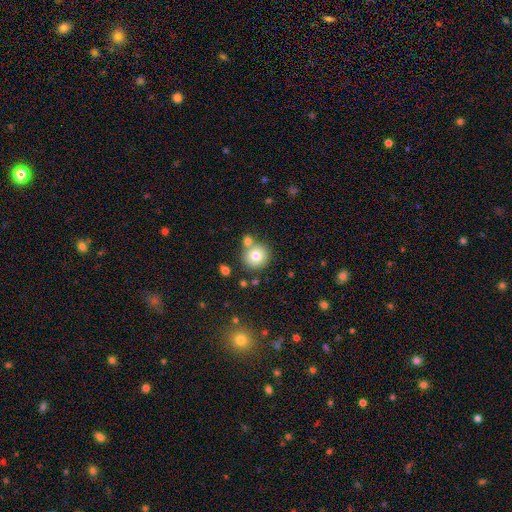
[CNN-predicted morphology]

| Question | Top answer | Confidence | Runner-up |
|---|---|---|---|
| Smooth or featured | smooth | 77% | featured or disk (12%) |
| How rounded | round | 91% | in between (8%) |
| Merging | none | 68% | merger (20%) |